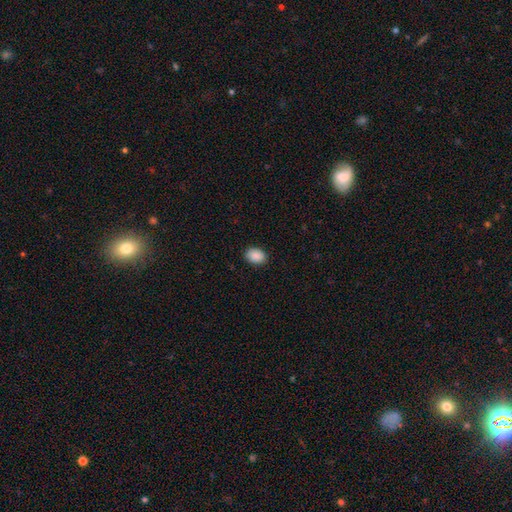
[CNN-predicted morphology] Smooth or featured? Predicted: smooth (p=0.90). How rounded? Predicted: in between (p=0.74). Merging? Predicted: none (p=0.90).